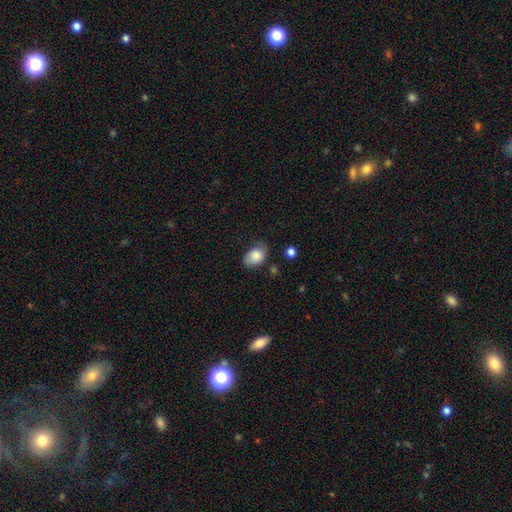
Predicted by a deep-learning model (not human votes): Morphology: type=smooth (83%); roundness=in between (82%); merging=none (51%).